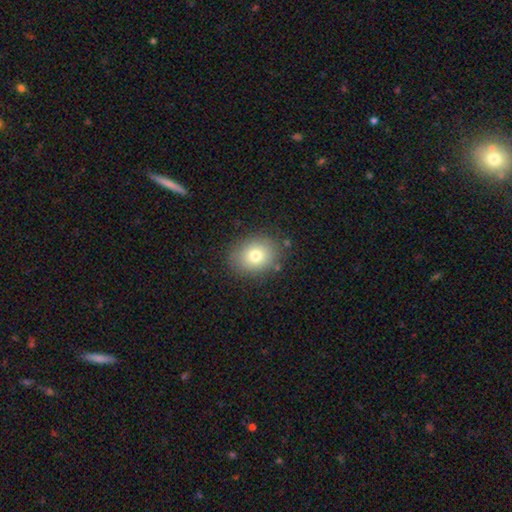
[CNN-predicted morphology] This appears to be a smooth galaxy with no disk features (77%) that is in between round and cigar-shaped (50%). Merging: none (85%).